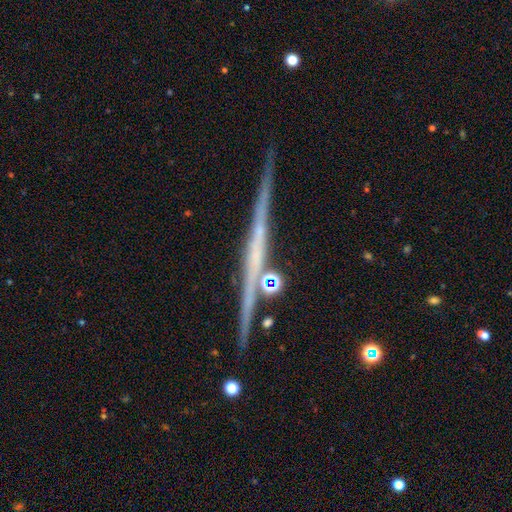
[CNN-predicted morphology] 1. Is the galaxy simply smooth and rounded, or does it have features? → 77% featured or disk, 15% smooth, 8% star or artifact.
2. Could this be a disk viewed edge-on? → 98% yes, 2% no.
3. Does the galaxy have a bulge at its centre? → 71% none, 19% rounded, 9% boxy.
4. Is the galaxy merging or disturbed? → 83% none, 10% minor disturbance, 5% merger, 2% major disturbance.